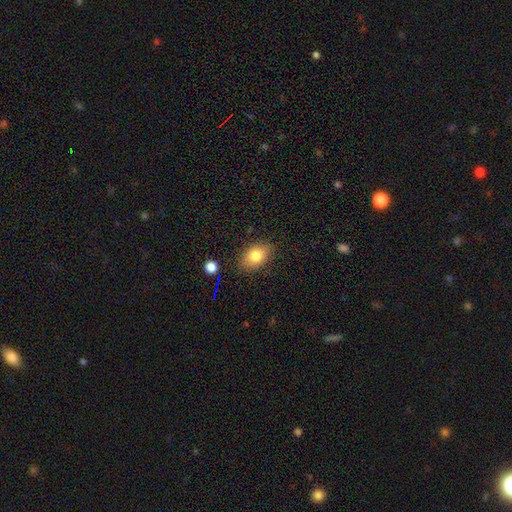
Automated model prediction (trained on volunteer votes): Overall: smooth (80%). How rounded: in between (82%). Merging: none (83%).